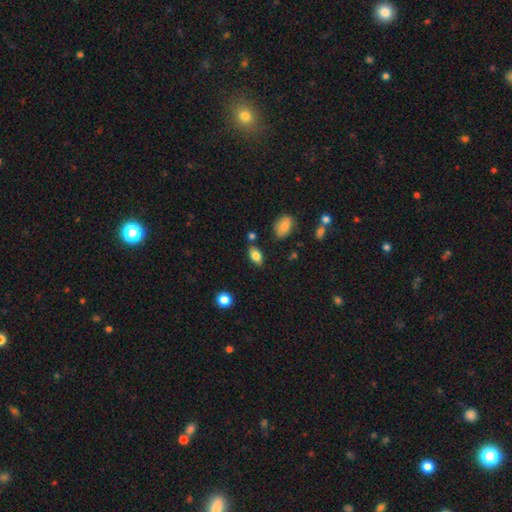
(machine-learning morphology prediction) smooth-or-featured: smooth: 81% | featured or disk: 10% | star or artifact: 9%
  how-rounded: in between: 89% | round: 7% | cigar-shaped: 4%
  merging: none: 80% | minor disturbance: 12% | merger: 6% | major disturbance: 3%